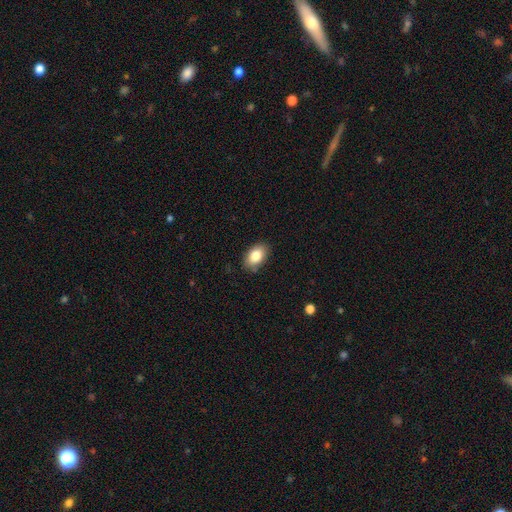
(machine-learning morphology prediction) smooth_or_featured: smooth (p=0.83) [alt: featured or disk p=0.10]
how_rounded: in between (p=0.89) [alt: round p=0.10]
merging: none (p=0.85) [alt: minor disturbance p=0.11]